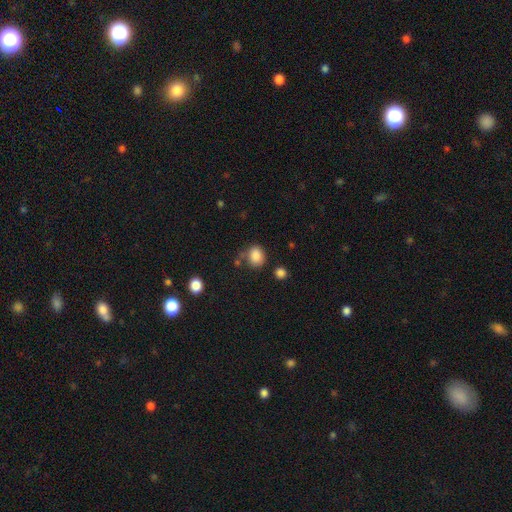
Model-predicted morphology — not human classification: A smooth galaxy with no disk features (85%) that is round (57%). Merging: none (65%).